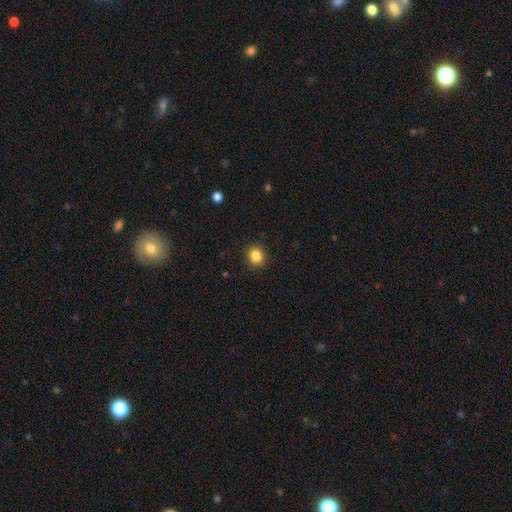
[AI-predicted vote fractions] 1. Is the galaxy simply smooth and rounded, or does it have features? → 86% smooth, 10% star or artifact, 4% featured or disk.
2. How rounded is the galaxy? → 78% round, 21% in between, 1% cigar-shaped.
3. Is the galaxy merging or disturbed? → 91% none, 6% minor disturbance, 2% major disturbance, 1% merger.